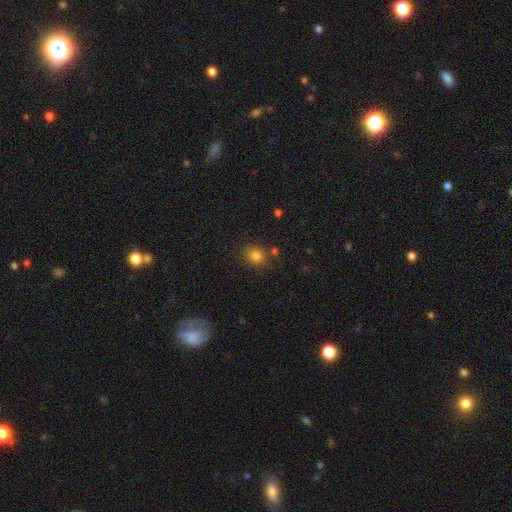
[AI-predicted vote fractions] Smooth or featured? Predicted: smooth (p=0.81). How rounded? Predicted: round (p=0.65). Merging? Predicted: none (p=0.80).